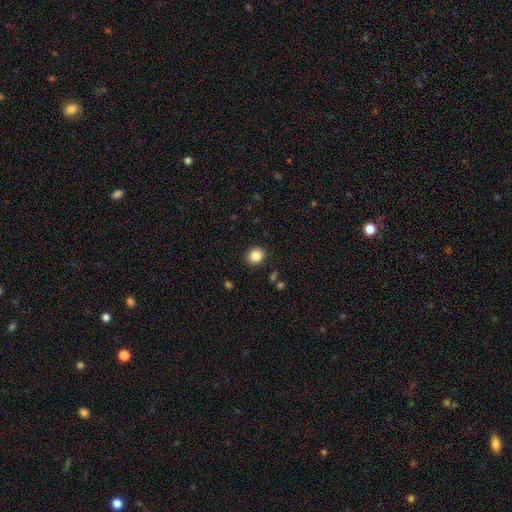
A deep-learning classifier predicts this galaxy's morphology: type=smooth (85%); roundness=round (70%); merging=none (90%).